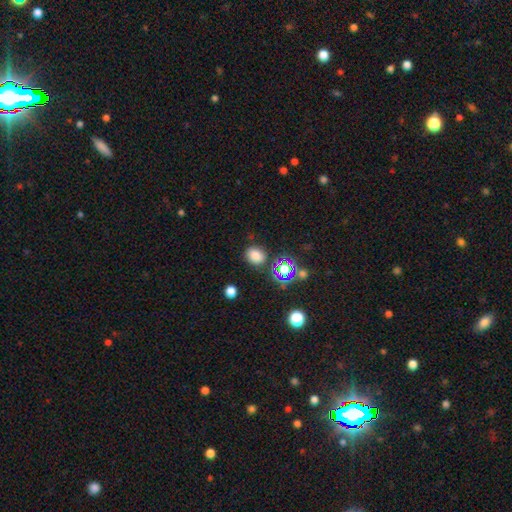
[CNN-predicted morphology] smooth 74%, star or artifact 20%, featured or disk 6%. Down the decision tree: how rounded — round (56%); merging — none (82%).